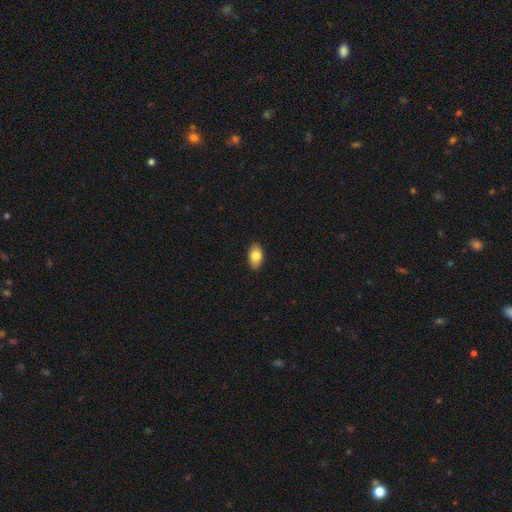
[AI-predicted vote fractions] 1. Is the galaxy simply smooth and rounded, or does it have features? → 82% smooth, 11% featured or disk, 7% star or artifact.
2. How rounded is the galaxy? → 91% in between, 7% round, 2% cigar-shaped.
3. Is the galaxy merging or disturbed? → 88% none, 9% minor disturbance, 2% major disturbance, 1% merger.